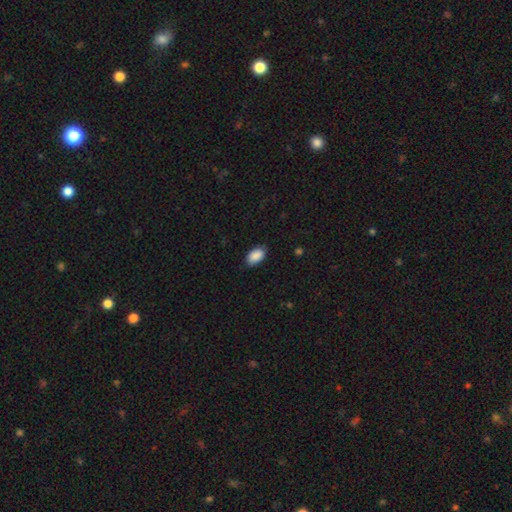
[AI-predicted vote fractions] This appears to be a smooth galaxy with no disk features (90%) that is in between round and cigar-shaped (94%). Merging: none (85%).